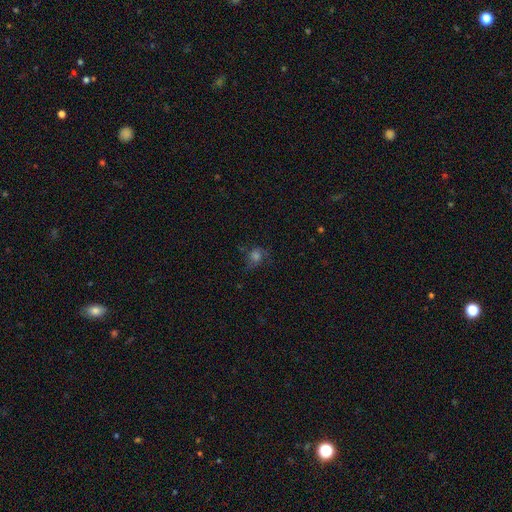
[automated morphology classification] This is possibly a smooth galaxy (52%). How rounded: likely round (68%). Merging: possibly none (54%).